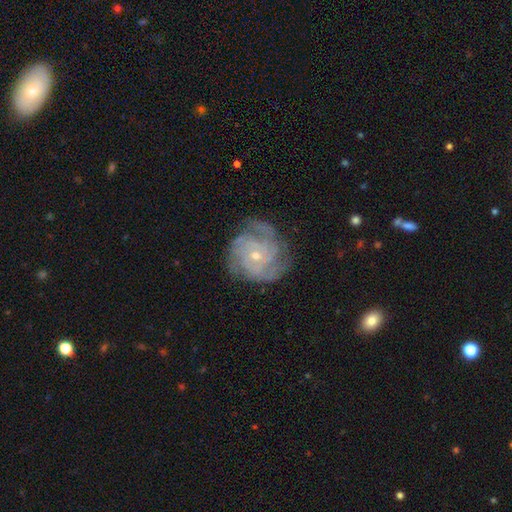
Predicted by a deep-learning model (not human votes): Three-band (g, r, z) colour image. It shows a featured or disk galaxy (84%) with no bar (76%), 3 (28%) tight (62%) spiral arms (95%) and a small central bulge (69%). Merging: none (70%).